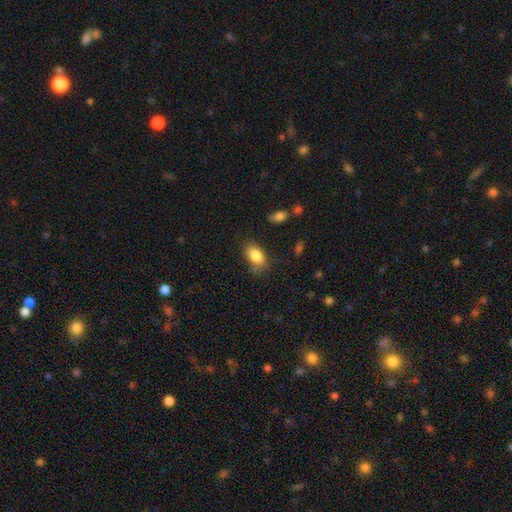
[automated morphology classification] Smooth or featured?
  - smooth: 84% *
  - featured or disk: 8%
  - star or artifact: 7%
How rounded?
  - in between: 91% *
  - round: 7%
  - cigar-shaped: 3%
Merging?
  - none: 72% *
  - minor disturbance: 20%
  - major disturbance: 5%
  - merger: 2%